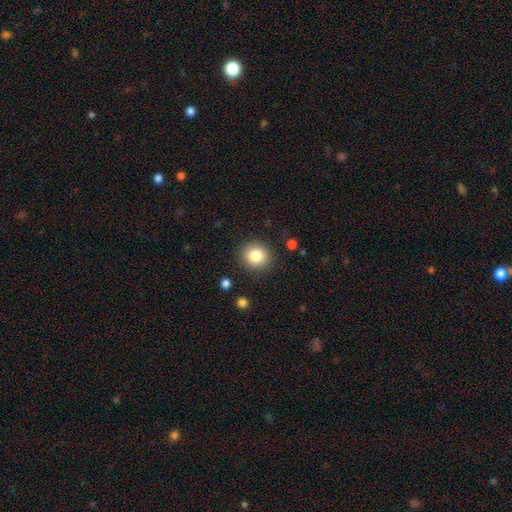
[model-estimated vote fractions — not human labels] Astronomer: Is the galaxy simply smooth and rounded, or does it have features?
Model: smooth — 83%.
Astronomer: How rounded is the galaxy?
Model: round — 87%.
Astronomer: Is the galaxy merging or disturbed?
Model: none — 89%.